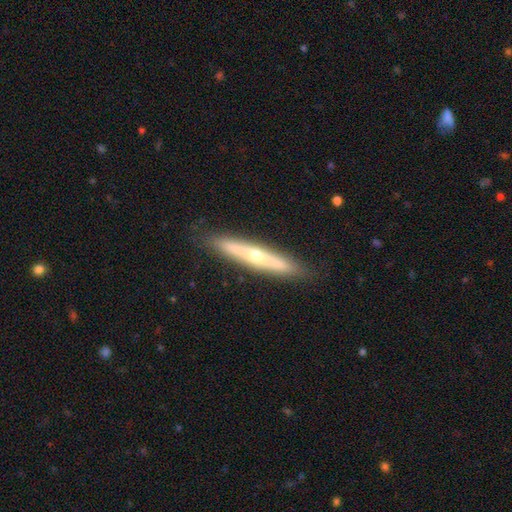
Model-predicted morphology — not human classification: Smooth or featured? Predicted: featured or disk (p=0.57). Edge-on disk? Predicted: yes (p=0.88). Edge-on bulge? Predicted: rounded (p=0.79). Merging? Predicted: none (p=0.89).